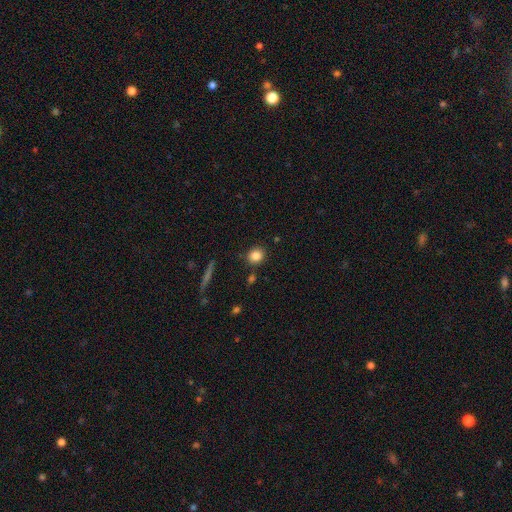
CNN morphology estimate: smooth 84%, star or artifact 10%, featured or disk 6%. Down the decision tree: how rounded — round (82%); merging — none (84%).